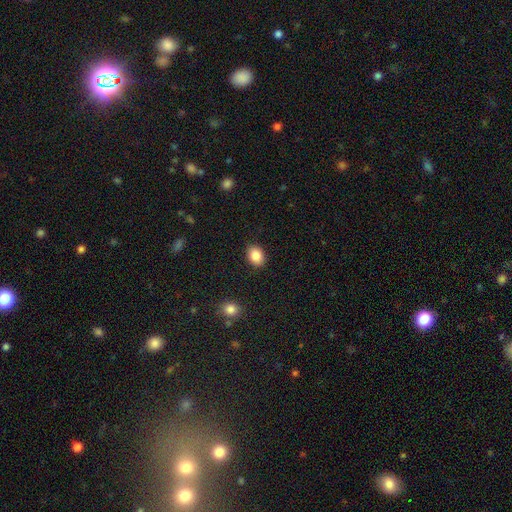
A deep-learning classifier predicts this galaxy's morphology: This is clearly a smooth galaxy (87%). How rounded: likely in between (73%). Merging: clearly none (89%).